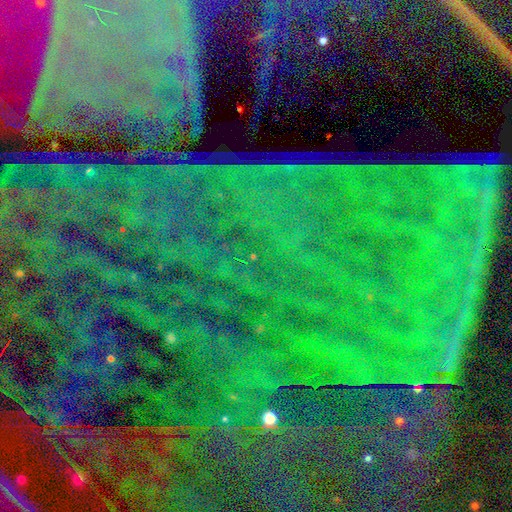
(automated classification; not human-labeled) This appears to be a star or artifact, not a galaxy (88%).